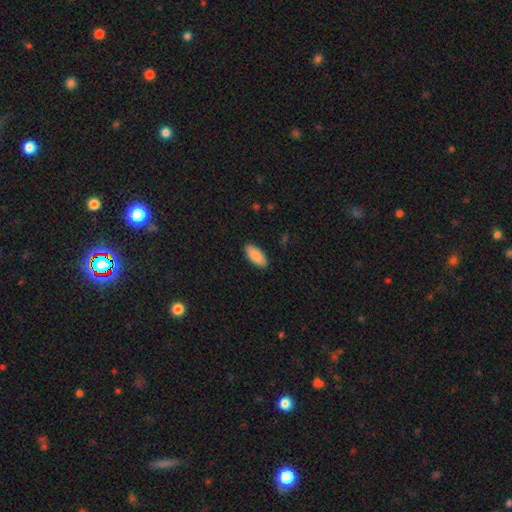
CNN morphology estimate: type=smooth (89%); roundness=in between (90%); merging=none (90%).